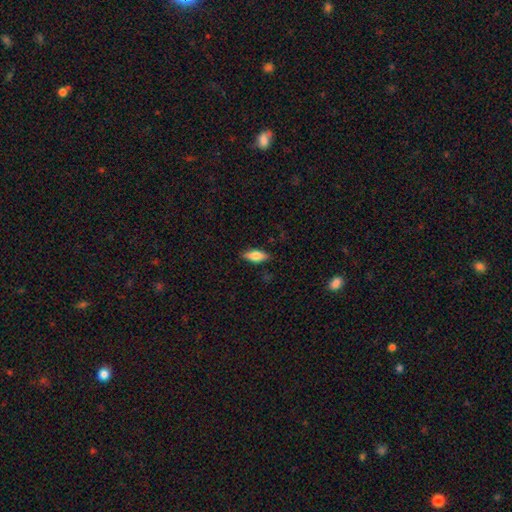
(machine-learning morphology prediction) Smooth or featured? Predicted: smooth (p=0.69). How rounded? Predicted: in between (p=0.71). Merging? Predicted: none (p=0.86).